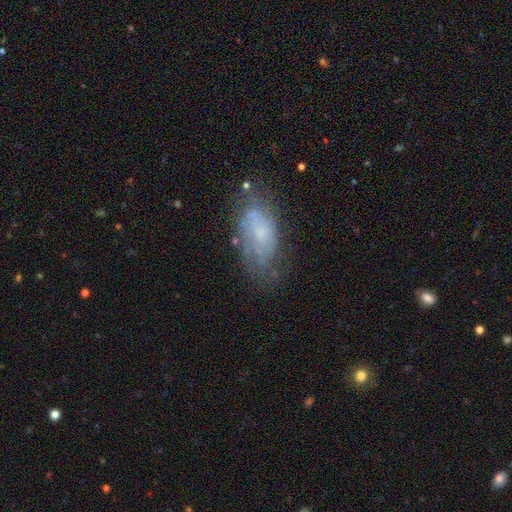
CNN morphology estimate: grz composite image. It shows a featured or disk galaxy (46%). Merging: none (57%).